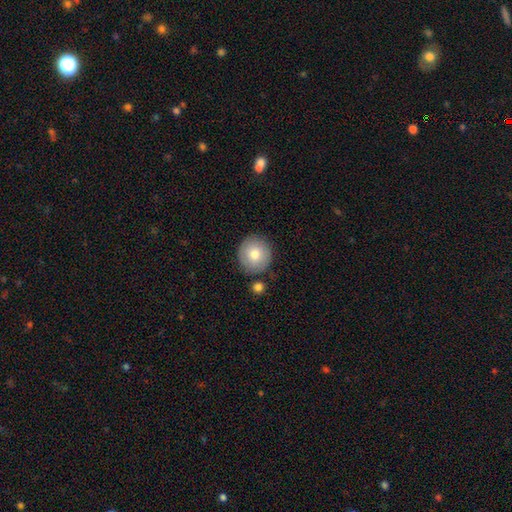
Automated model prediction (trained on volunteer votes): This appears to be a smooth galaxy with no disk features (78%) that is round (94%). Merging: none (82%).